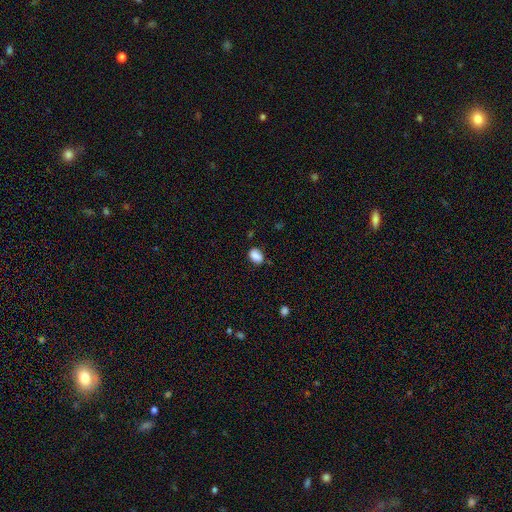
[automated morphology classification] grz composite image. It shows a smooth galaxy with no disk features (87%) that is in between round and cigar-shaped (80%). Merging: none (76%).